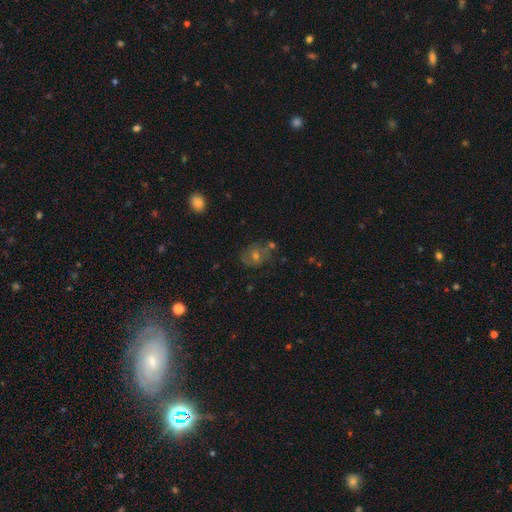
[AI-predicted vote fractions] featured or disk 43%, smooth 33%, star or artifact 24%. Down the decision tree: merging — none (68%).